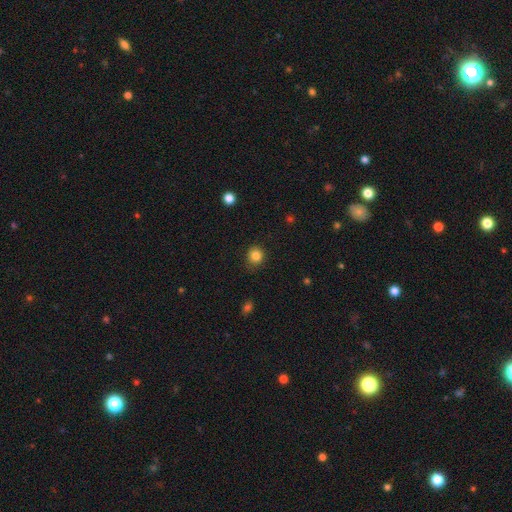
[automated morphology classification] Q: Smooth or featured?
A: smooth (85%); runner-up: star or artifact (11%)
Q: How rounded?
A: round (88%); runner-up: in between (11%)
Q: Merging?
A: none (85%); runner-up: minor disturbance (11%)